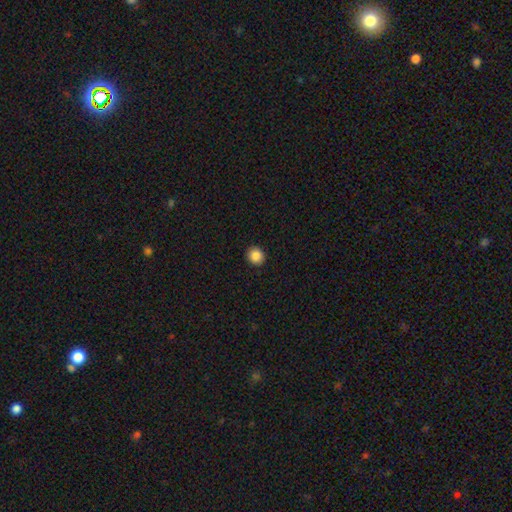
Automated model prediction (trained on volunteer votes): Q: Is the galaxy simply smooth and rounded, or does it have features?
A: smooth — 86%.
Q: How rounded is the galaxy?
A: round — 89%.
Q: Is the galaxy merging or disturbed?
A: none — 93%.